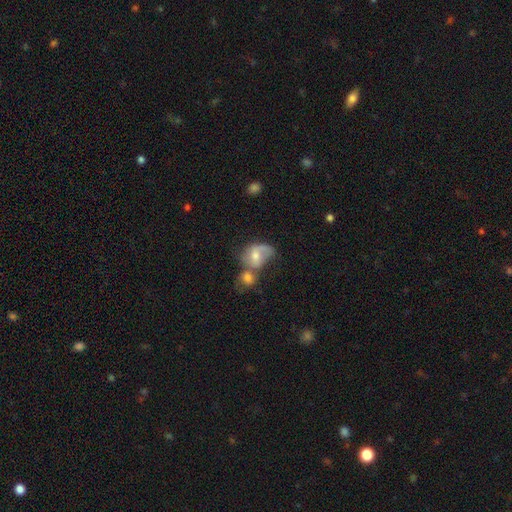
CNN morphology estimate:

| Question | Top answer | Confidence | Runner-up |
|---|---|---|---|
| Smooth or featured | smooth | 52% | featured or disk (40%) |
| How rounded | in between | 63% | round (35%) |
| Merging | merger | 54% | none (21%) |